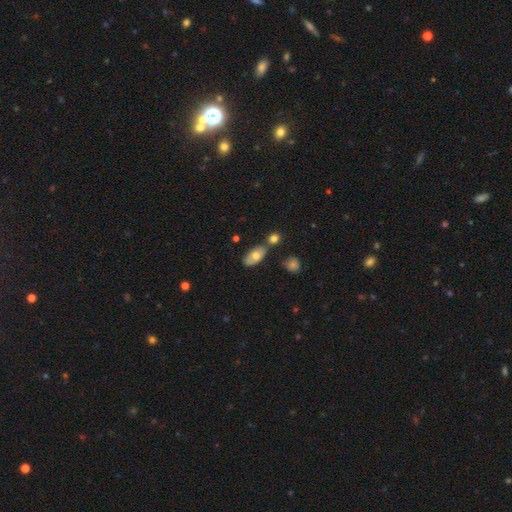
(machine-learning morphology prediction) This appears to be a smooth galaxy with no disk features (65%) that is in between round and cigar-shaped (89%). Merging: none (59%).